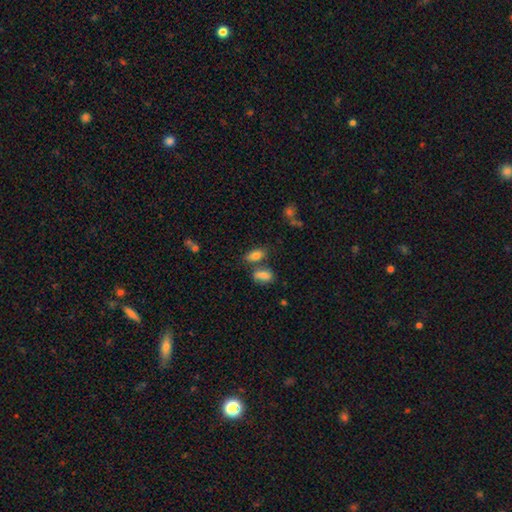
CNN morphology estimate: This appears to be a smooth galaxy with no disk features (81%) that is in between round and cigar-shaped (87%). Merging: none (59%).